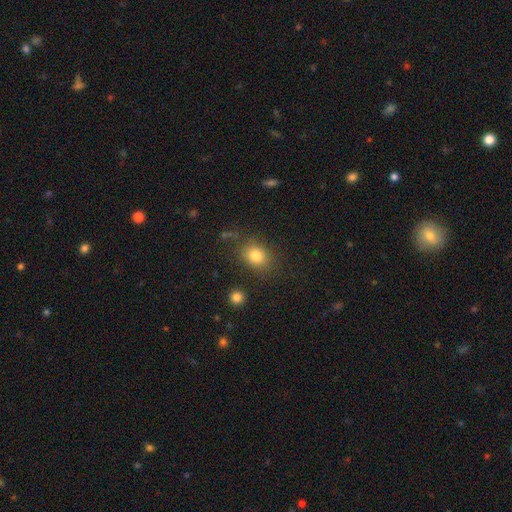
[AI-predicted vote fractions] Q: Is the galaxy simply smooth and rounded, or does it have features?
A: smooth — 82%.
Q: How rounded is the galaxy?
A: in between — 55%.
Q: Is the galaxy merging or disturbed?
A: none — 78%.